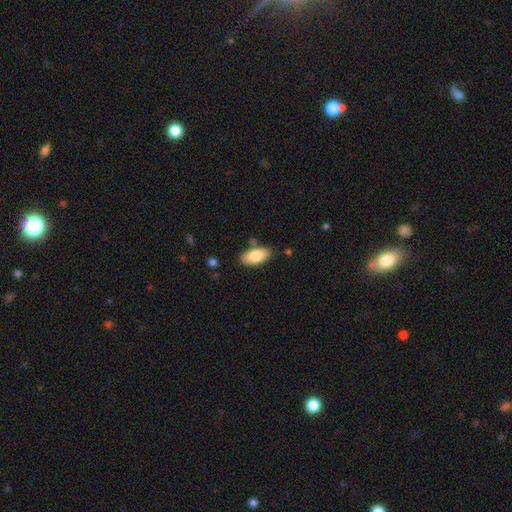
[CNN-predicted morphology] Smooth or featured? smooth (82%)
How rounded? in between (90%)
Merging? none (81%)